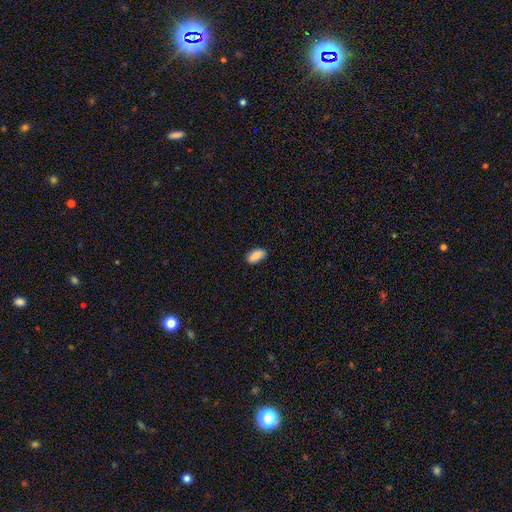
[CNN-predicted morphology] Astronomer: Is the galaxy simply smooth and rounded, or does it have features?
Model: smooth — 86%.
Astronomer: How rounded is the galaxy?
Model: in between — 90%.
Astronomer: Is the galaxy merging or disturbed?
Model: none — 86%.